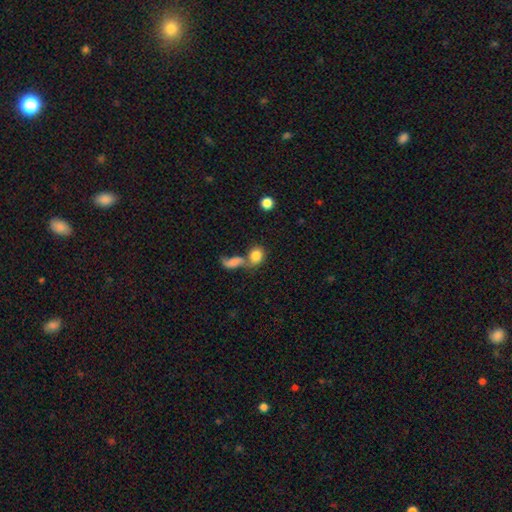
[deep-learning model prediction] Smooth or featured? smooth (81%)
How rounded? round (57%)
Merging? merger (50%)